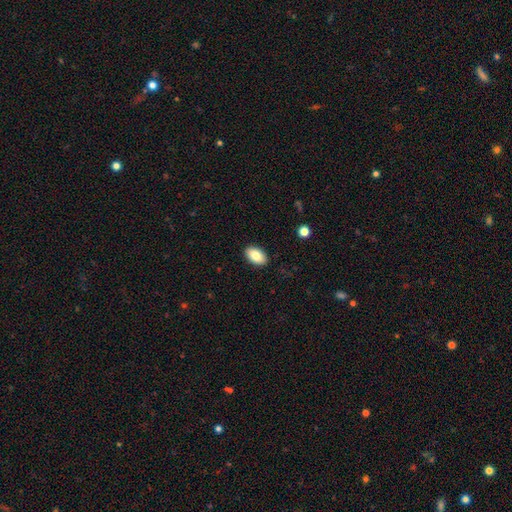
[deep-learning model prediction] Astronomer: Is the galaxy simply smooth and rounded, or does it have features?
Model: smooth — 83%.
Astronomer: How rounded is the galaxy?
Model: in between — 93%.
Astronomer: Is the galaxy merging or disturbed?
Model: none — 89%.